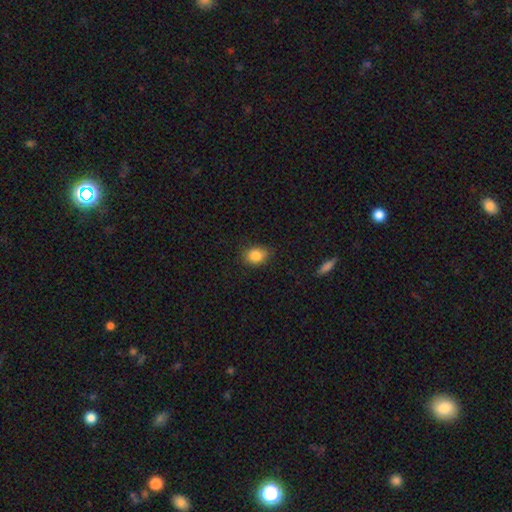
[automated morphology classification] Overall: smooth (84%). How rounded: in between (51%; round 48%). Merging: none (79%).